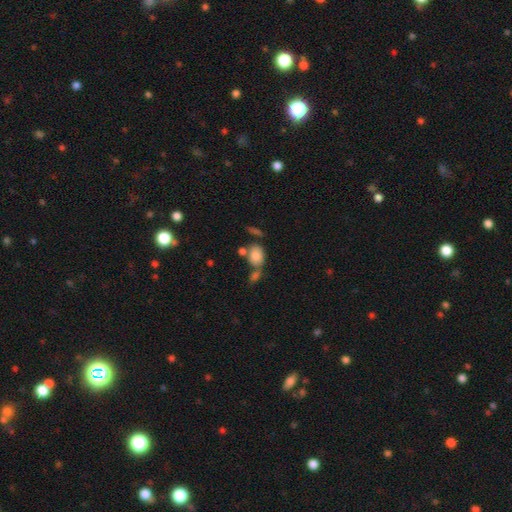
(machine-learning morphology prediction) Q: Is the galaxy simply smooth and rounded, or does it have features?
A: smooth — 83%.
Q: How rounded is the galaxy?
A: in between — 68%.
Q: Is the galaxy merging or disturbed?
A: none — 45%.